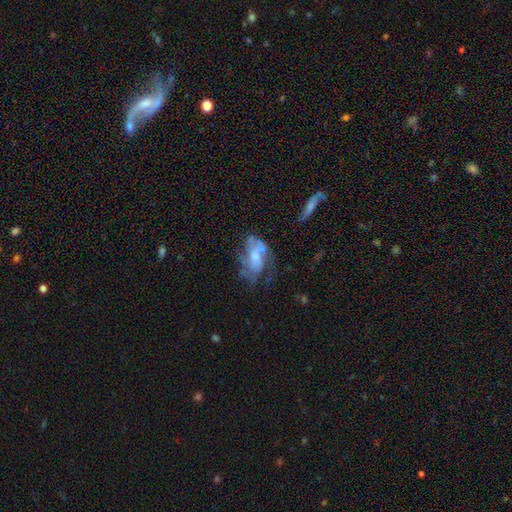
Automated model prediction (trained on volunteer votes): This is likely a featured or disk galaxy (67%). It is clearly not viewed edge-on (96%). Bar: likely no (64%). Spiral arm pattern: likely yes (71%). Central bulge: marginally moderate (38%). Merging: marginally none (40%).